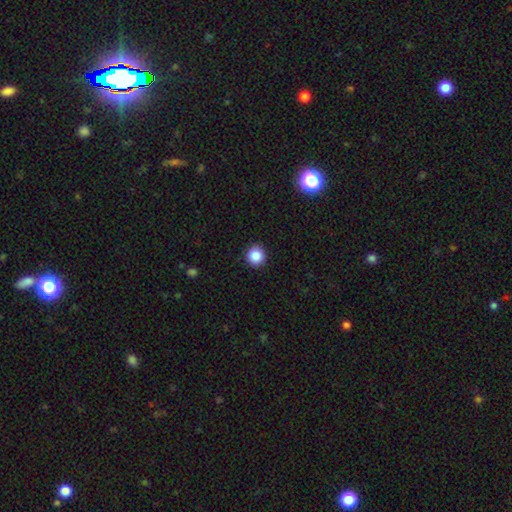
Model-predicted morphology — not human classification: Q: Smooth or featured?
A: smooth (86%); runner-up: star or artifact (10%)
Q: How rounded?
A: round (94%); runner-up: in between (5%)
Q: Merging?
A: none (92%); runner-up: minor disturbance (6%)